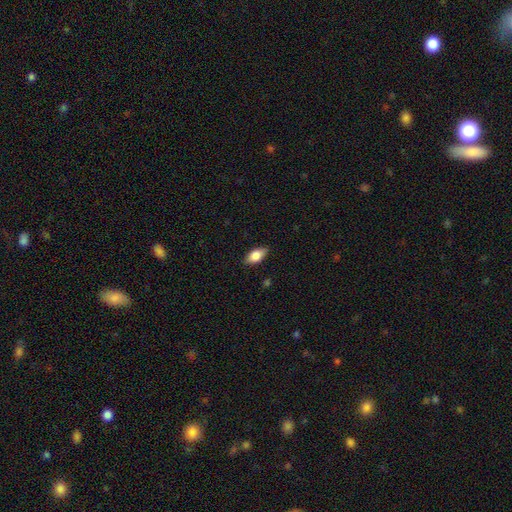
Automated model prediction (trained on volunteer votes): A smooth galaxy with no disk features (80%) that is in between round and cigar-shaped (90%). Merging: none (85%).